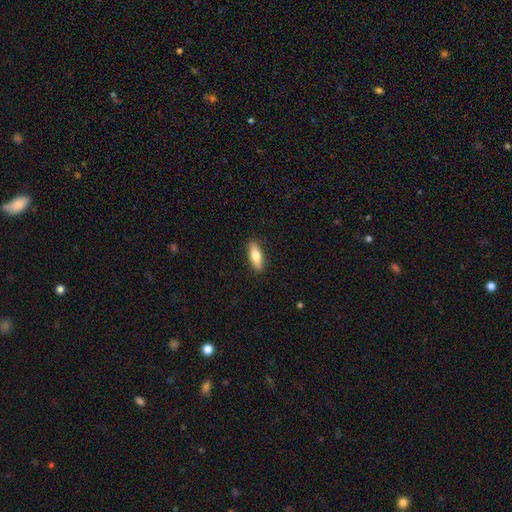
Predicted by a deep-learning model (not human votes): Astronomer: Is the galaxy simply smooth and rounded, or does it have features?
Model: smooth — 69%.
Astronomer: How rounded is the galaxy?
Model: in between — 59% (runner-up: cigar-shaped, 38%).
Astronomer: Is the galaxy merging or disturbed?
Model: none — 89%.